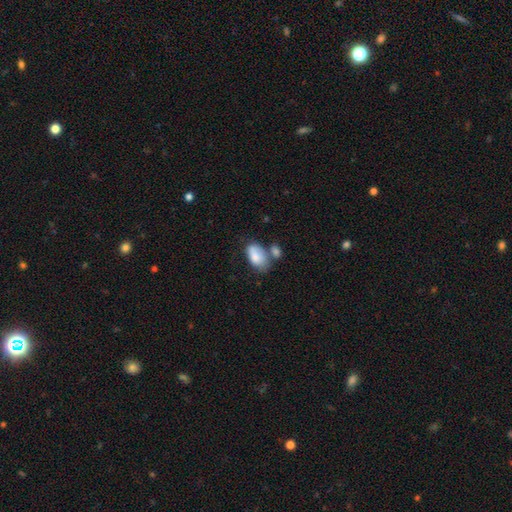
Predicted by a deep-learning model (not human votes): Smooth or featured? smooth (82%)
How rounded? in between (93%)
Merging? none (41%)